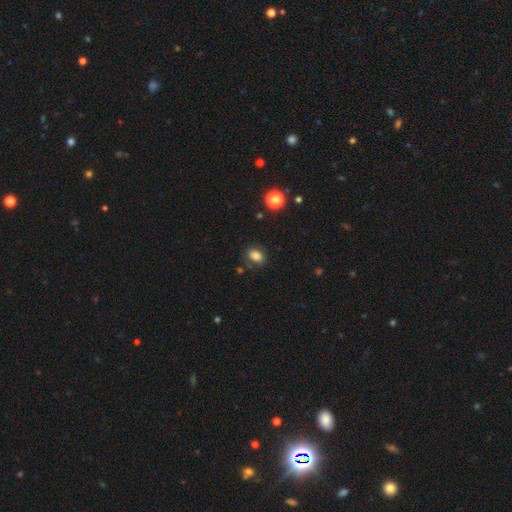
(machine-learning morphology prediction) This appears to be a smooth galaxy with no disk features (83%) that is in between round and cigar-shaped (76%). Merging: none (80%).